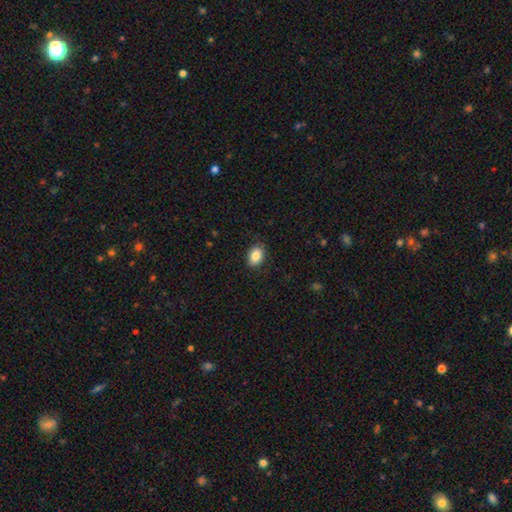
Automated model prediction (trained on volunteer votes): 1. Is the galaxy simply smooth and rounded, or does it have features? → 86% smooth, 8% star or artifact, 6% featured or disk.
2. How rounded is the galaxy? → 81% in between, 18% round, 1% cigar-shaped.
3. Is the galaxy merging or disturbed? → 87% none, 9% minor disturbance, 2% major disturbance, 1% merger.